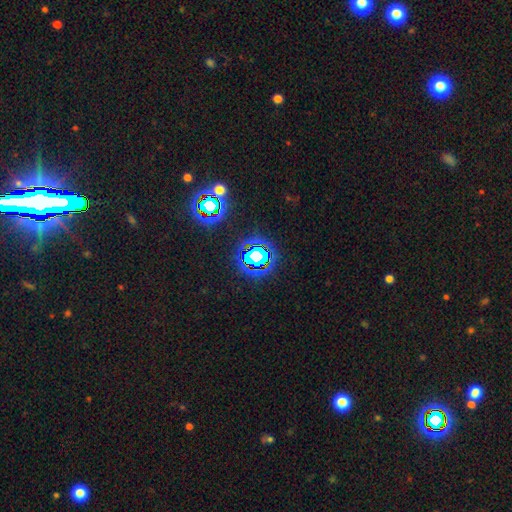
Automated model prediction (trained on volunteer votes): Overall: star or artifact (68%).